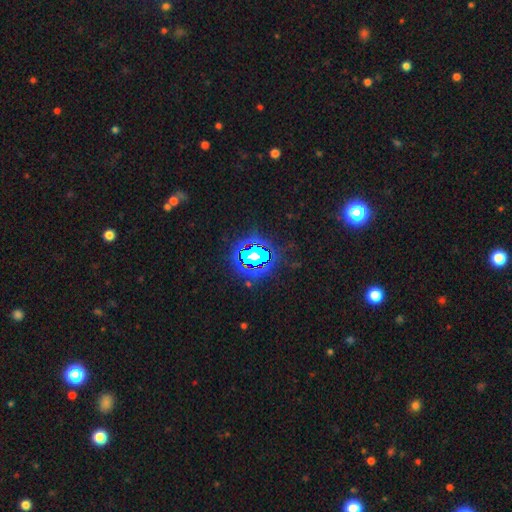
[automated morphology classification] A star or artifact, not a galaxy (67%).